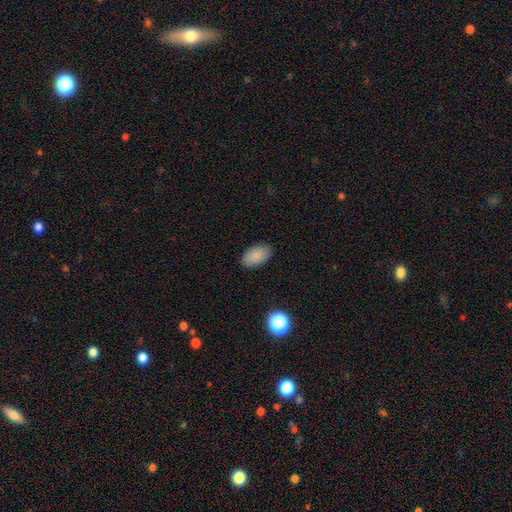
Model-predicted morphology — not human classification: Q: Smooth or featured?
A: smooth (87%); runner-up: star or artifact (8%)
Q: How rounded?
A: in between (94%); runner-up: round (4%)
Q: Merging?
A: none (87%); runner-up: minor disturbance (9%)